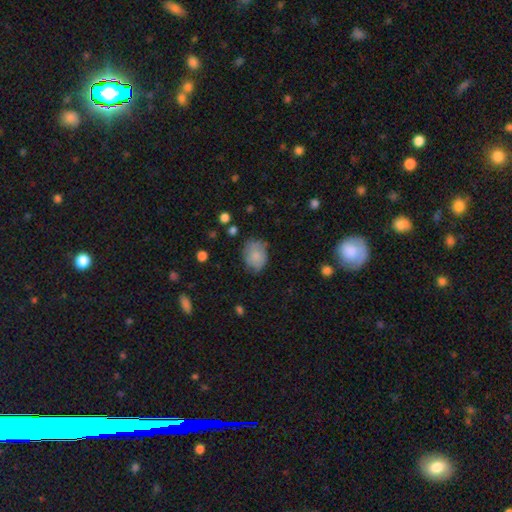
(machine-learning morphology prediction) A smooth galaxy with no disk features (76%) that is in between round and cigar-shaped (58%). Merging: none (64%).